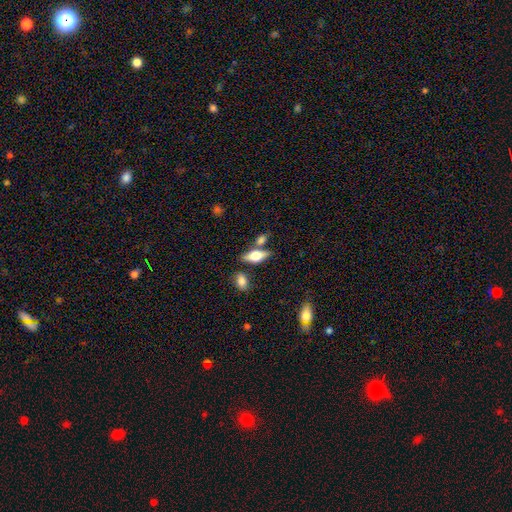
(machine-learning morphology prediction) smooth-or-featured: smooth: 53% | featured or disk: 39% | star or artifact: 8%
  how-rounded: in between: 68% | cigar-shaped: 28% | round: 5%
  merging: none: 67% | merger: 16% | minor disturbance: 13% | major disturbance: 4%